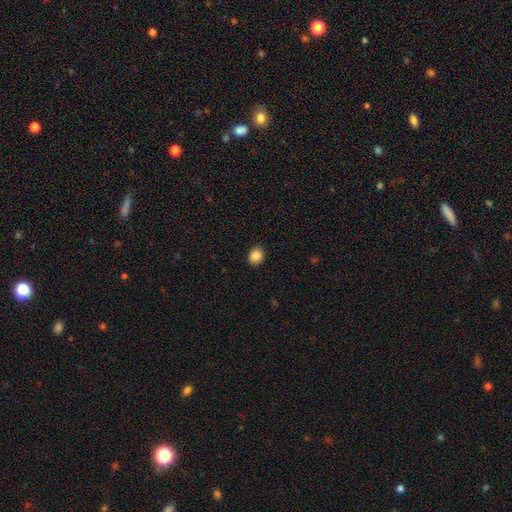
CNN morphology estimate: Smooth or featured? smooth (87%)
How rounded? in between (50%)
Merging? none (91%)